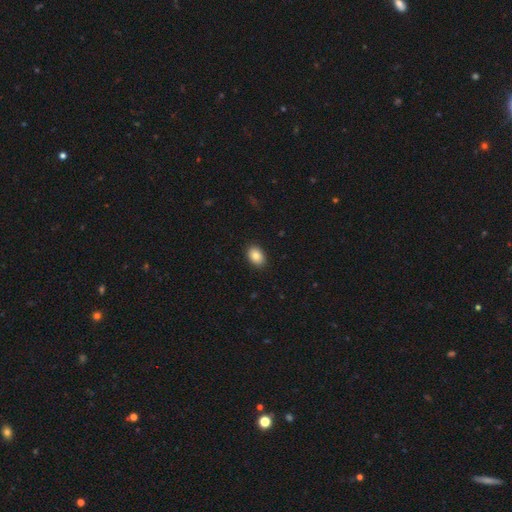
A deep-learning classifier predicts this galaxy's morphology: Smooth or featured? smooth (86%)
How rounded? in between (81%)
Merging? none (90%)